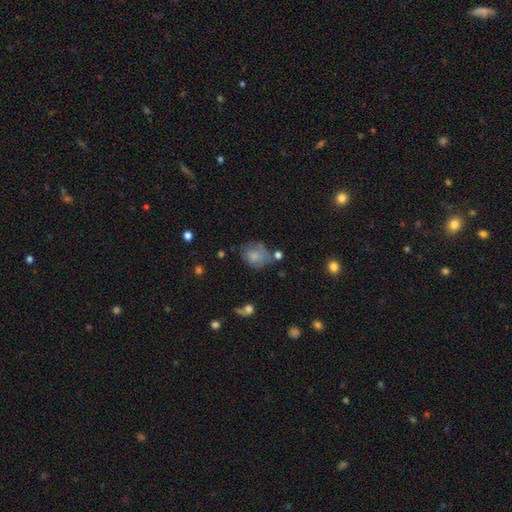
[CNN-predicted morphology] This is likely a smooth galaxy (69%). How rounded: possibly round (55%). Merging: possibly none (47%).